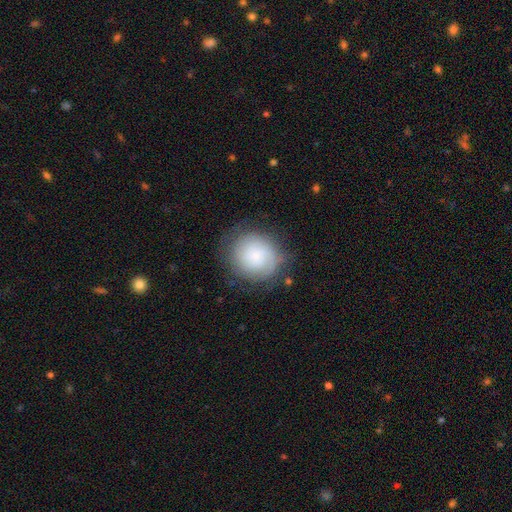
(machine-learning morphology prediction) Smooth or featured: smooth — 59% (featured or disk — 33%)
How rounded: round — 87% (in between — 12%)
Merging: none — 73% (minor disturbance — 18%)